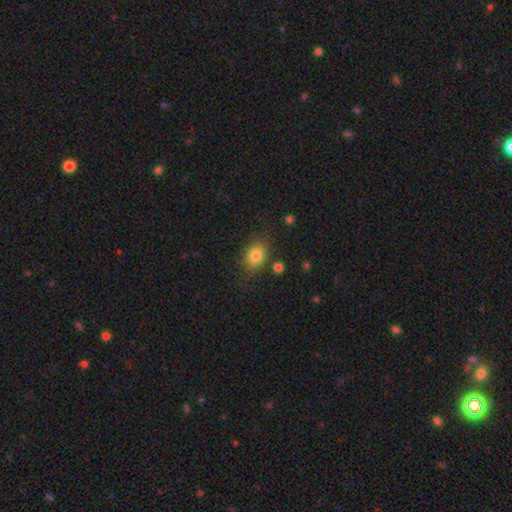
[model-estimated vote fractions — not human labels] Morphology: type=smooth (82%); roundness=in between (74%); merging=none (77%).